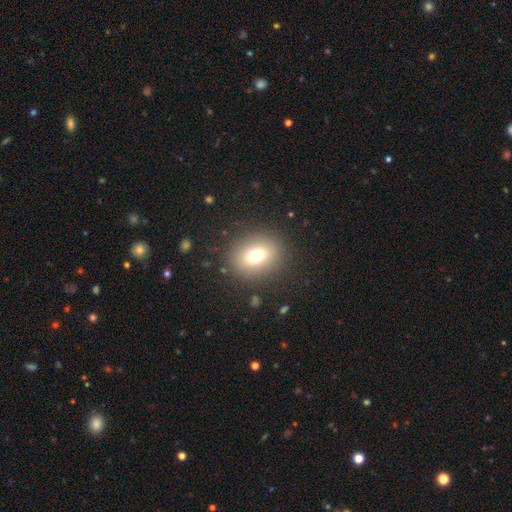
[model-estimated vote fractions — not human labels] Smooth or featured?
  - smooth: 73% *
  - featured or disk: 14%
  - star or artifact: 13%
How rounded?
  - round: 56% *
  - in between: 43%
  - cigar-shaped: 1%
Merging?
  - none: 86% *
  - minor disturbance: 8%
  - major disturbance: 5%
  - merger: 1%